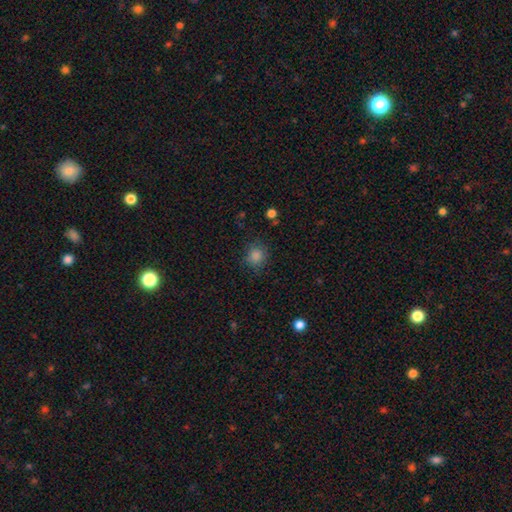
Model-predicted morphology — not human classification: A smooth galaxy with no disk features (81%) that is round (86%).

Vote fractions:
- Smooth or featured? smooth: 81% / star or artifact: 15% / featured or disk: 5%
- How rounded? round: 86% / in between: 13% / cigar-shaped: 1%
- Merging? none: 85% / minor disturbance: 11% / major disturbance: 3% / merger: 1%